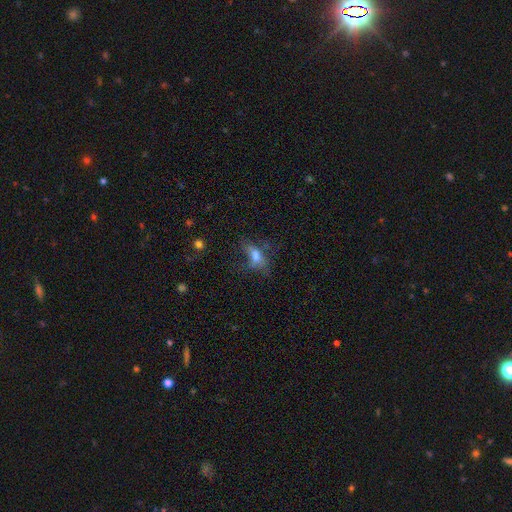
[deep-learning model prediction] Smooth or featured? smooth (55%)
How rounded? in between (77%)
Merging? none (39%)